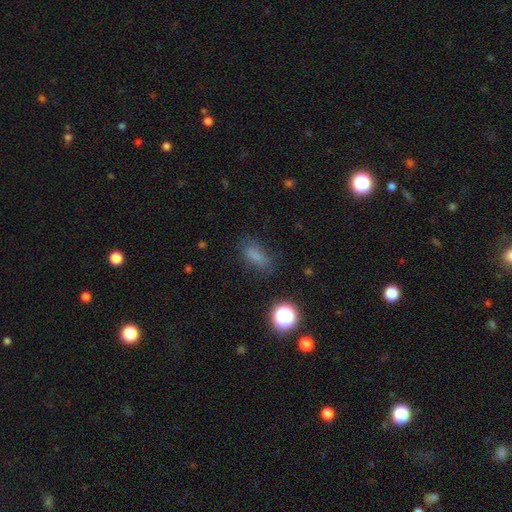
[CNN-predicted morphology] A smooth galaxy with no disk features (76%) that is in between round and cigar-shaped (69%).

Vote fractions:
- Smooth or featured? smooth: 76% / star or artifact: 16% / featured or disk: 8%
- How rounded? in between: 69% / cigar-shaped: 22% / round: 9%
- Merging? none: 73% / minor disturbance: 18% / major disturbance: 7% / merger: 2%